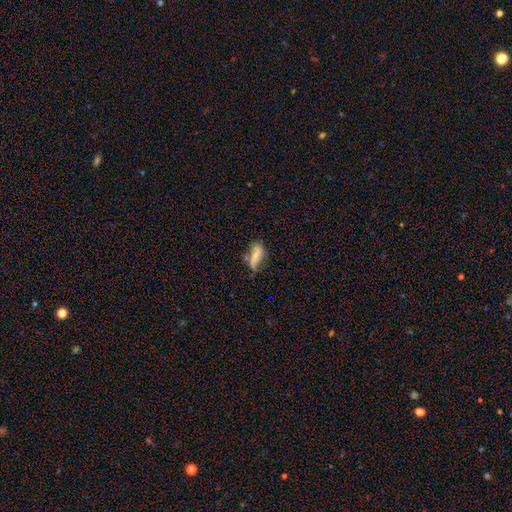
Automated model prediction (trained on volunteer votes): smooth 64%, featured or disk 26%, star or artifact 10%. Down the decision tree: how rounded — in between (71%); merging — none (41%).